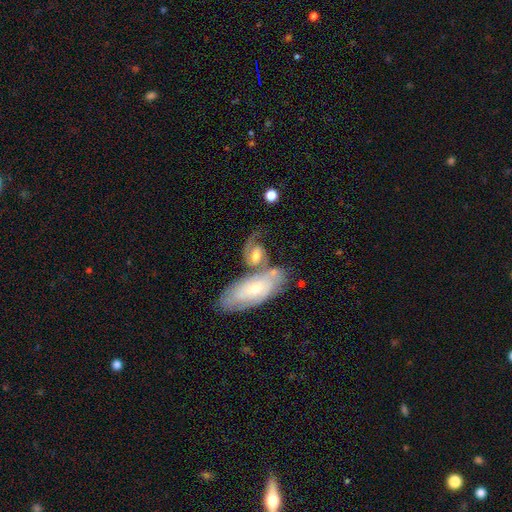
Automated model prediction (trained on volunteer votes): This appears to be a featured or disk galaxy (70%) with no bar (52%), 2 (70%) medium (46%) spiral arms (88%) and a moderate central bulge (54%). Merging: merger (44%).